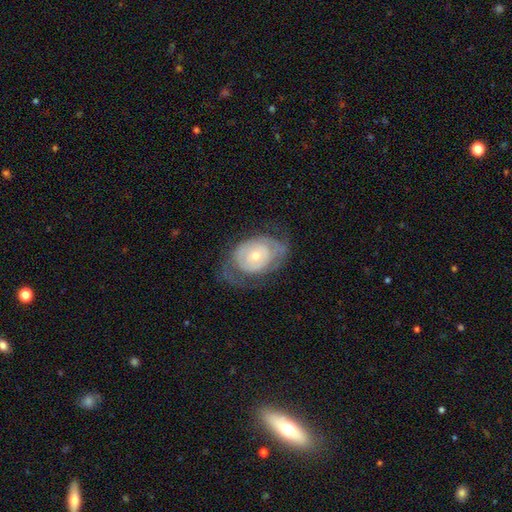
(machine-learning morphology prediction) smooth-or-featured: featured or disk: 68% | smooth: 25% | star or artifact: 6%
  disk-edge-on: no: 95% | yes: 5%
    bar: no: 82% | weak: 15% | strong: 4%
    has-spiral-arms: yes: 59% | no: 41%
    bulge-size: small: 55% | moderate: 41% | large: 3% | none: 1% | dominant: 1%
  merging: none: 57% | minor disturbance: 22% | major disturbance: 19% | merger: 1%